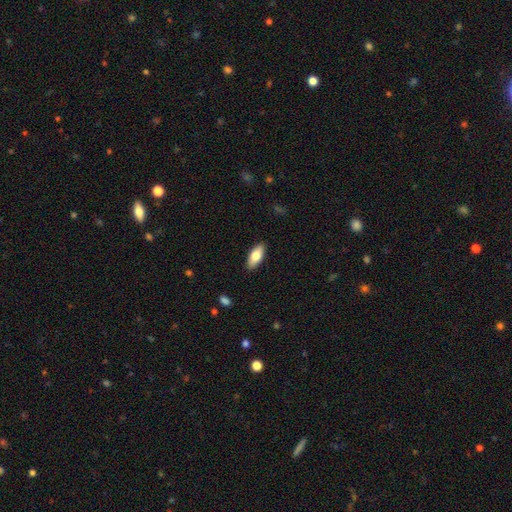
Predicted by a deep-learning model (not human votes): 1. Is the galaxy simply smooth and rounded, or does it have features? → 77% smooth, 17% featured or disk, 6% star or artifact.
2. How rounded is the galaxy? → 84% in between, 14% cigar-shaped, 2% round.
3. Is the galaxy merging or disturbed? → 89% none, 8% minor disturbance, 2% major disturbance, 1% merger.